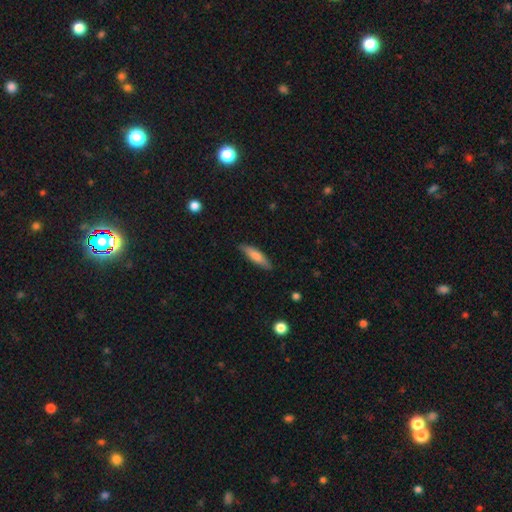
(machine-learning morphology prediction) Smooth or featured?
  - smooth: 73% *
  - featured or disk: 22%
  - star or artifact: 6%
How rounded?
  - cigar-shaped: 70% *
  - in between: 29%
  - round: 2%
Merging?
  - none: 84% *
  - minor disturbance: 12%
  - major disturbance: 2%
  - merger: 1%